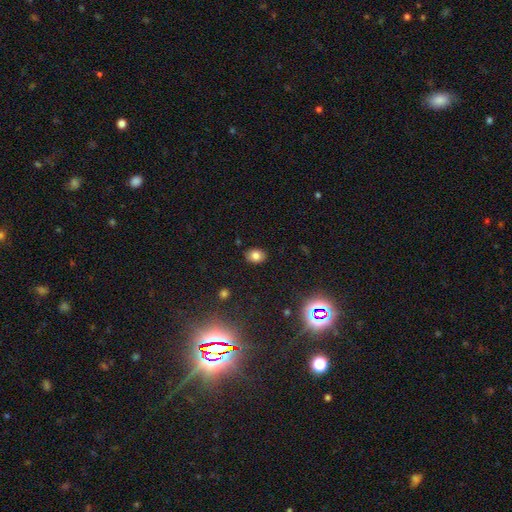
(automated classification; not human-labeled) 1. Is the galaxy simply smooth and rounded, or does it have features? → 80% smooth, 12% star or artifact, 8% featured or disk.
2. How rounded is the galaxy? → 64% in between, 35% round, 1% cigar-shaped.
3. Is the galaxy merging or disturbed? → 87% none, 10% minor disturbance, 2% major disturbance, 1% merger.